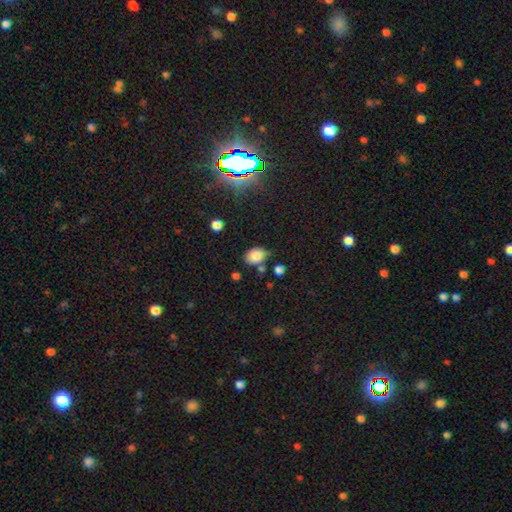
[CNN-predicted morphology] Smooth or featured: smooth — 80% (featured or disk — 11%)
How rounded: in between — 76% (round — 23%)
Merging: none — 60% (minor disturbance — 24%)